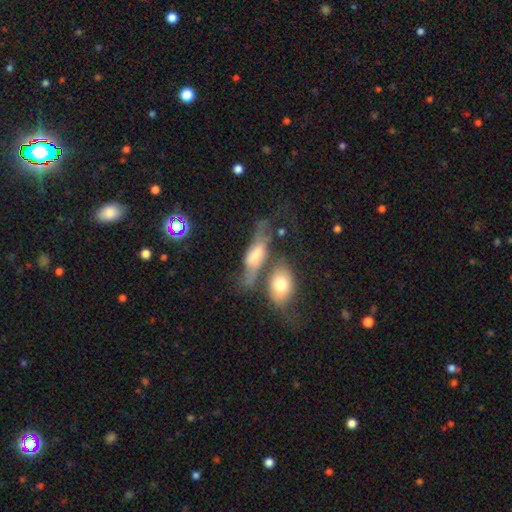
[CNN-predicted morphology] featured or disk 52%, smooth 38%, star or artifact 10%. Down the decision tree: edge-on disk — no (51%); merging — merger (32%).